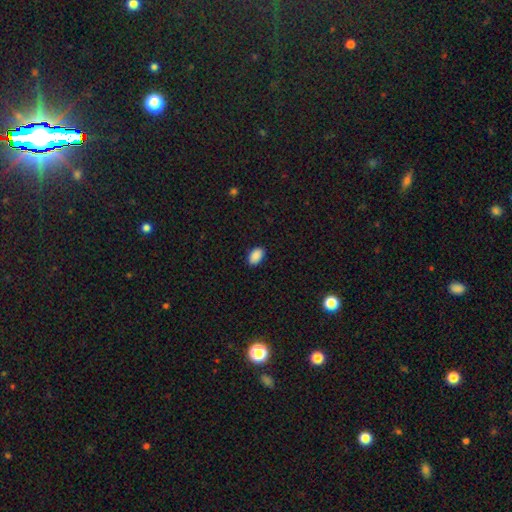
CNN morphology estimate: Overall: smooth (90%). How rounded: in between (92%). Merging: none (88%).